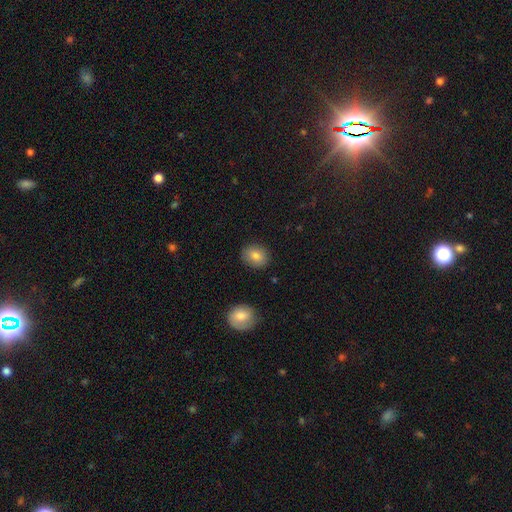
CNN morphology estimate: Smooth or featured? smooth (83%)
How rounded? round (55%)
Merging? none (87%)